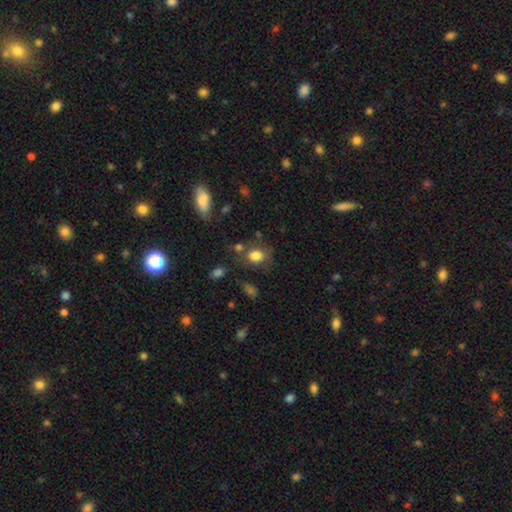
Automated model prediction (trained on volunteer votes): Smooth or featured? smooth (79%)
How rounded? in between (54%)
Merging? none (59%)